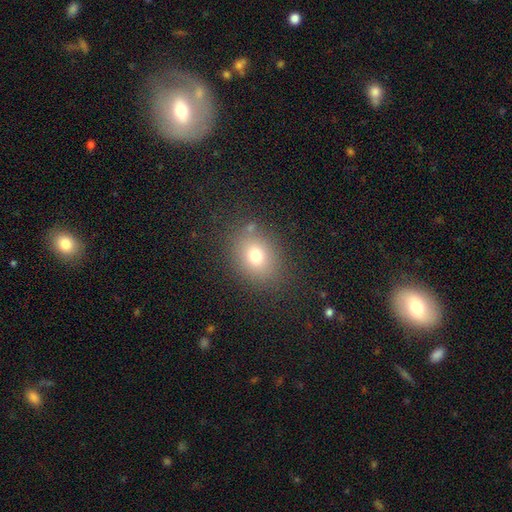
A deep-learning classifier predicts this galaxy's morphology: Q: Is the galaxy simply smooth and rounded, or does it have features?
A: smooth — 73%.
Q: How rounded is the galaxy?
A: in between — 51%.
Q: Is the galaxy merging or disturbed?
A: none — 80%.